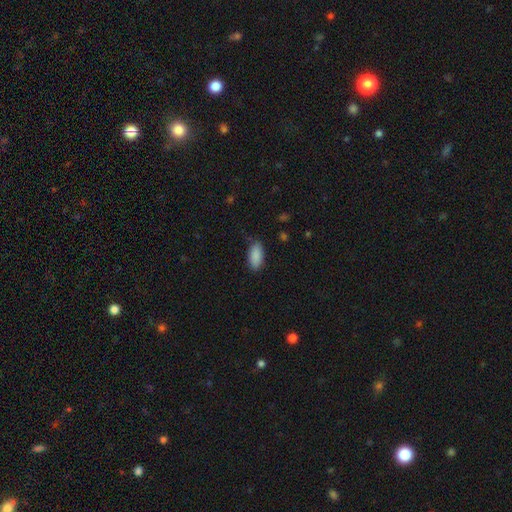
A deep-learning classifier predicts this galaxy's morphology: The model was most divided on "merging": none: 82%, minor disturbance: 14%, major disturbance: 3%, merger: 1%. More confident: how rounded — in between (92%); smooth or featured — smooth (90%).